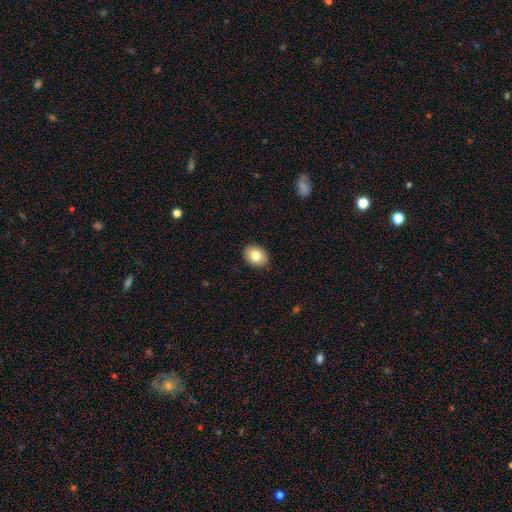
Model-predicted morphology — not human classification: The model was most divided on "how rounded": in between: 56%, round: 43%, cigar-shaped: 1%. More confident: merging — none (90%); smooth or featured — smooth (81%).